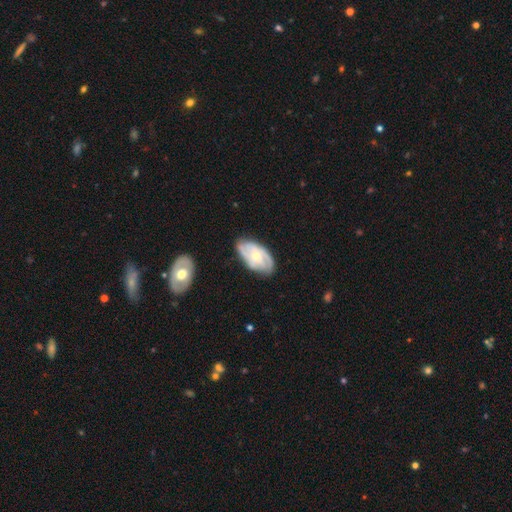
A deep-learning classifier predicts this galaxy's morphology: Overall: featured or disk (72%). Edge-on disk: no (95%). Bar: no (66%; weak 29%). Spiral arms: yes (89%). Spiral arm count: can't tell (31%; 2 28%). Spiral winding: tight (50%; medium 38%). Bulge size: small (48%; moderate 47%). Merging: none (71%).